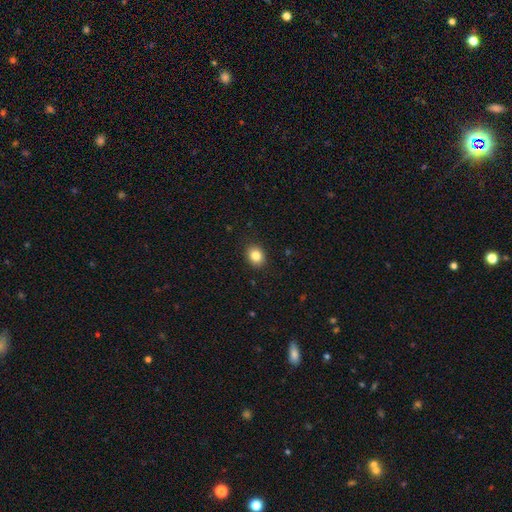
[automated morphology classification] A smooth galaxy with no disk features (84%) that is round (52%).

Vote fractions:
- Smooth or featured? smooth: 84% / star or artifact: 10% / featured or disk: 6%
- How rounded? round: 52% / in between: 47% / cigar-shaped: 1%
- Merging? none: 90% / minor disturbance: 7% / major disturbance: 2% / merger: 1%